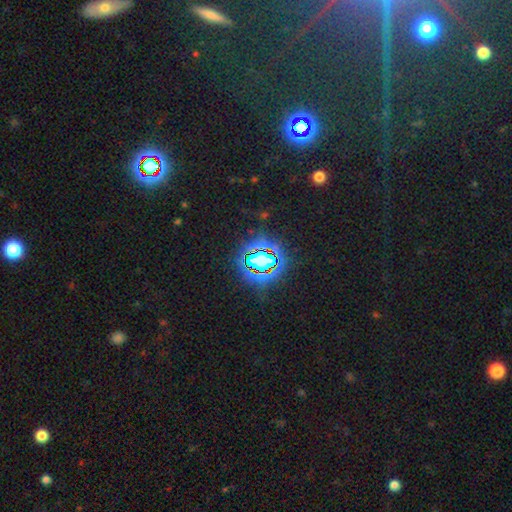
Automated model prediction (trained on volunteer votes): smooth_or_featured: star or artifact (p=0.79) [alt: smooth p=0.13]